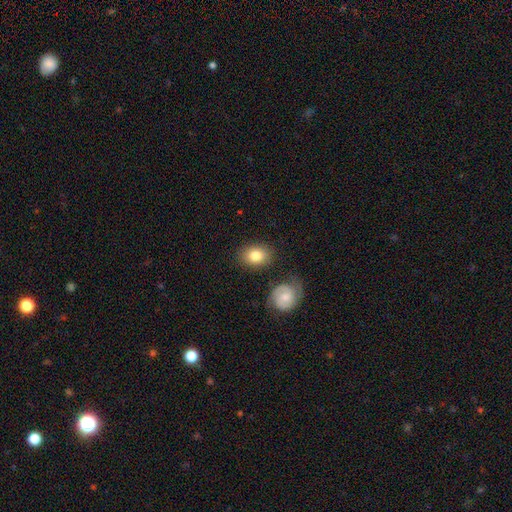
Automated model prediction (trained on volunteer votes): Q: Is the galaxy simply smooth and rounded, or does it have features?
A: smooth — 81%.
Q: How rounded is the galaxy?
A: in between — 61%.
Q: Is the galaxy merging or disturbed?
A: none — 80%.